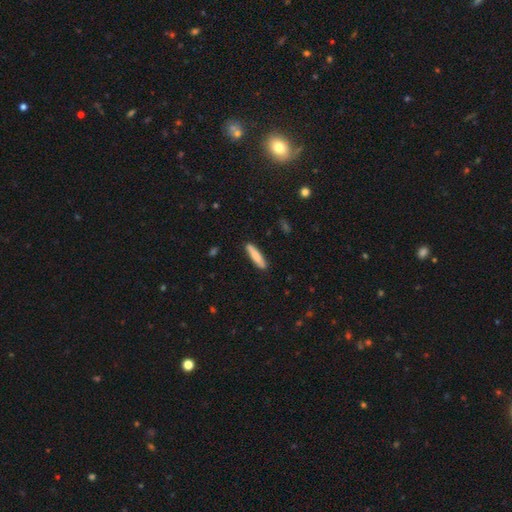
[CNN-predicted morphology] A smooth galaxy with no disk features (82%) that is cigar-shaped (85%).

Vote fractions:
- Smooth or featured? smooth: 82% / featured or disk: 12% / star or artifact: 6%
- How rounded? cigar-shaped: 85% / in between: 13% / round: 1%
- Merging? none: 88% / minor disturbance: 9% / major disturbance: 2% / merger: 1%